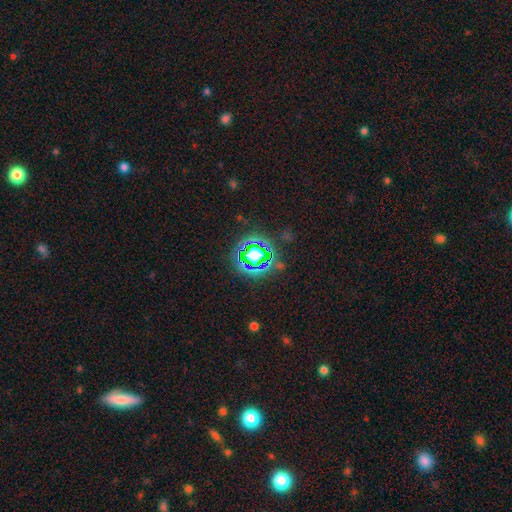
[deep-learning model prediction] Overall: star or artifact (68%).